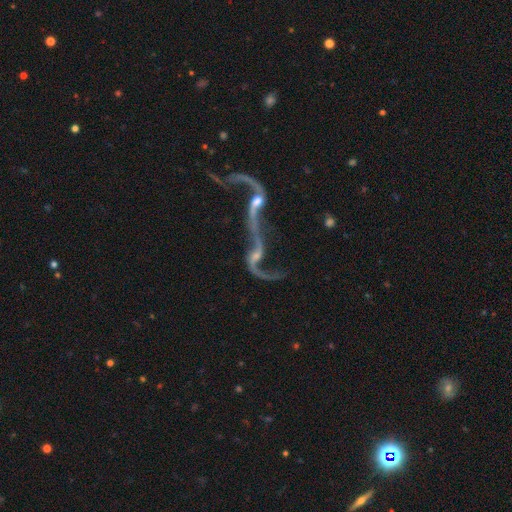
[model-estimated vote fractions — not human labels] A featured or disk galaxy (78%) with no bar (60%), 2 (68%) loose (93%) spiral arms (73%) and a small central bulge (44%).

Vote fractions:
- Smooth or featured? featured or disk: 78% / star or artifact: 13% / smooth: 9%
- Edge-on disk? no: 92% / yes: 8%
- Bar? no: 60% / weak: 28% / strong: 11%
- Spiral arms? yes: 73% / no: 27%
- Spiral winding? loose: 93% / medium: 5% / tight: 2%
- Spiral arm count? 2: 68% / 1: 18% / can't tell: 7% / 3: 3% / 4: 2% / more than 4: 2%
- Bulge size? small: 44% / none: 30% / moderate: 22% / large: 3% / dominant: 2%
- Merging? merger: 62% / major disturbance: 18% / none: 13% / minor disturbance: 6%